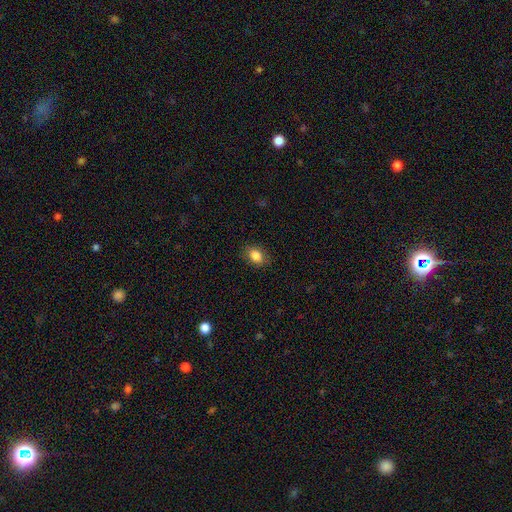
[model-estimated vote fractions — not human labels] Overall: smooth (85%). How rounded: in between (72%). Merging: none (85%).